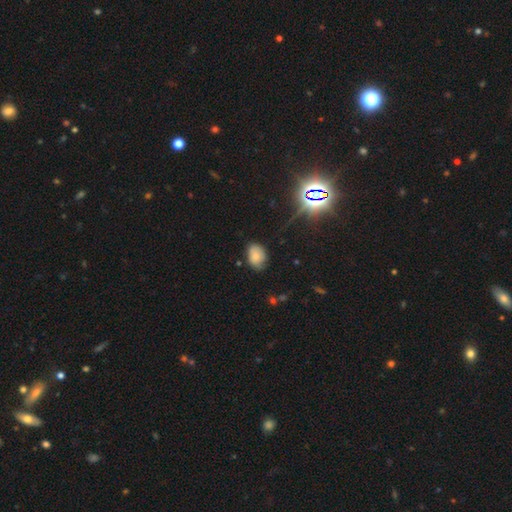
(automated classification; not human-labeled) A smooth galaxy with no disk features (75%) that is in between round and cigar-shaped (76%).

Vote fractions:
- Smooth or featured? smooth: 75% / featured or disk: 13% / star or artifact: 12%
- How rounded? in between: 76% / round: 23% / cigar-shaped: 1%
- Merging? none: 67% / minor disturbance: 26% / major disturbance: 5% / merger: 3%